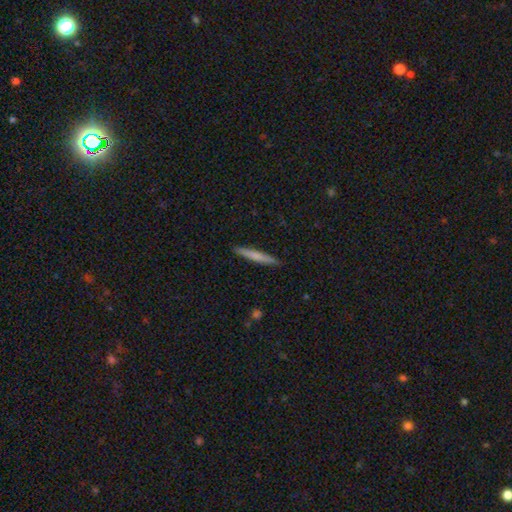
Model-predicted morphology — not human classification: Smooth or featured? Predicted: smooth (p=0.67). How rounded? Predicted: cigar-shaped (p=0.96). Merging? Predicted: none (p=0.91).